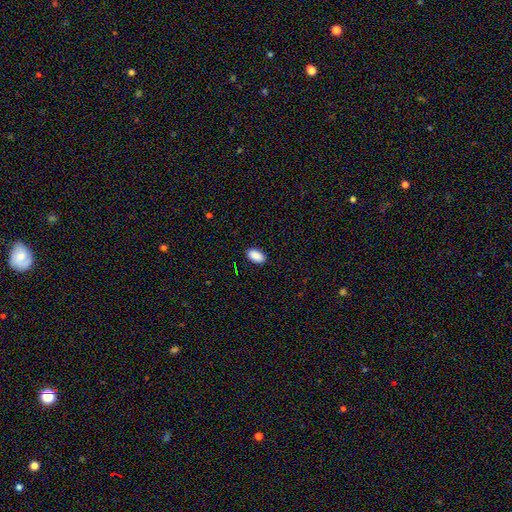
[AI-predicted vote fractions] A smooth galaxy with no disk features (90%) that is in between round and cigar-shaped (94%). Merging: none (89%).